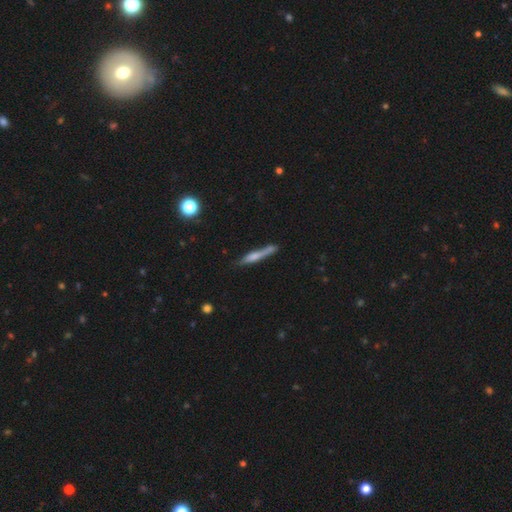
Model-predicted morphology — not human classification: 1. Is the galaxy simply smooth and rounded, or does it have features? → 52% smooth, 41% featured or disk, 7% star or artifact.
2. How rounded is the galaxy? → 91% cigar-shaped, 7% in between, 2% round.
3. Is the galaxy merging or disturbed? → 63% none, 21% minor disturbance, 9% merger, 7% major disturbance.